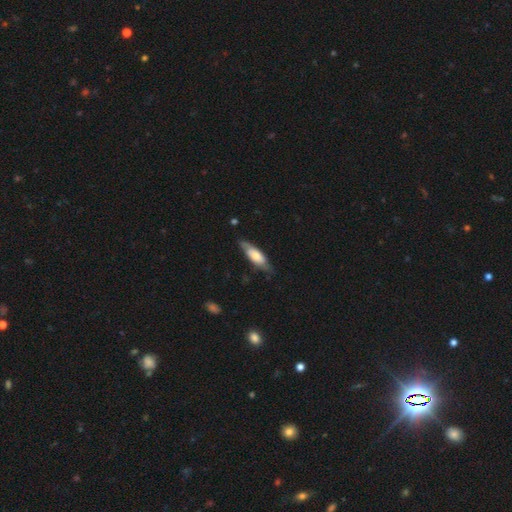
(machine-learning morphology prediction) type=smooth (55%); roundness=in between (55%); merging=none (72%).